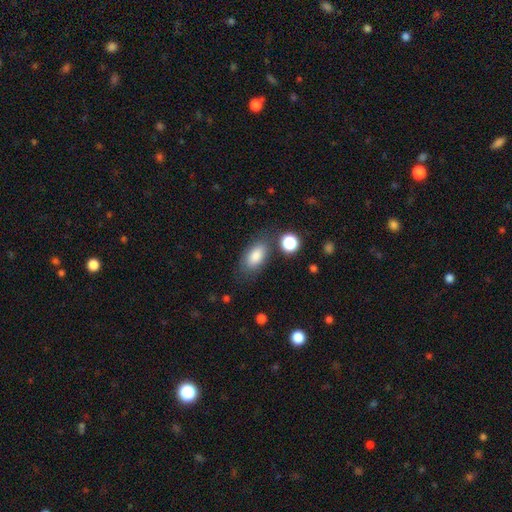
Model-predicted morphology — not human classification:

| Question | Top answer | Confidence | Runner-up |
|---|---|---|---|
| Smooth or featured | smooth | 83% | featured or disk (9%) |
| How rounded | in between | 89% | round (6%) |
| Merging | none | 72% | minor disturbance (16%) |